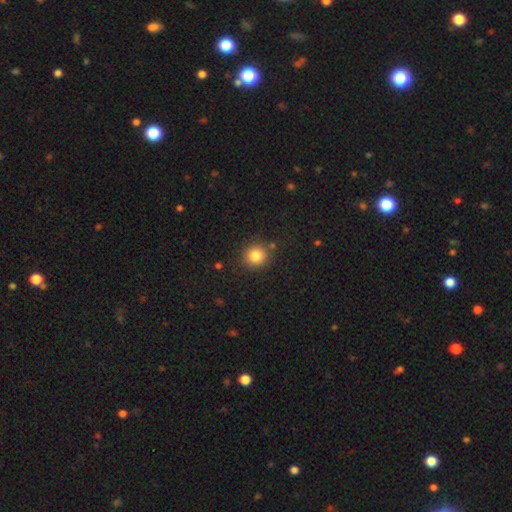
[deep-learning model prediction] Smooth or featured? smooth (83%)
How rounded? round (88%)
Merging? none (84%)